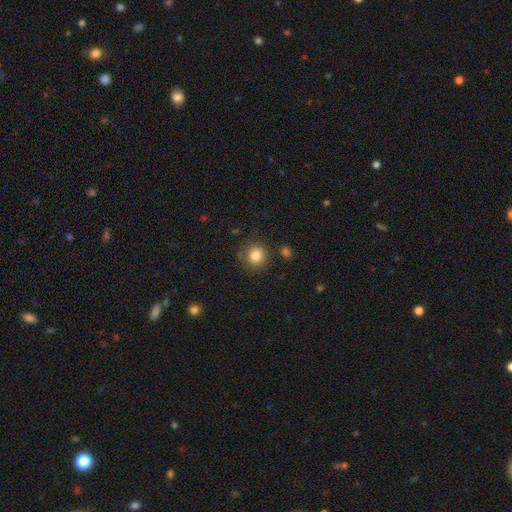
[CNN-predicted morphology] Overall: smooth (83%). How rounded: round (90%). Merging: none (78%).